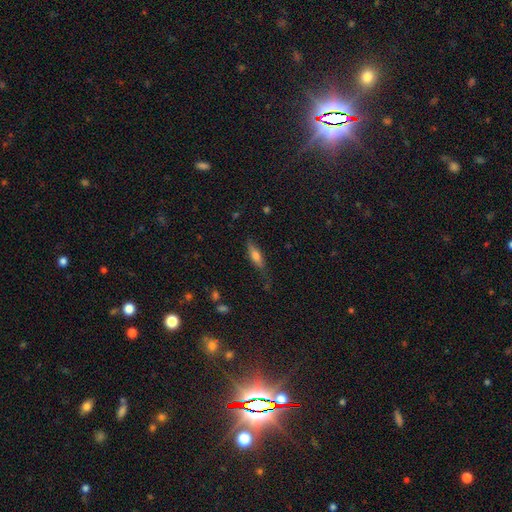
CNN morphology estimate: The model was most divided on "how rounded": cigar-shaped: 53%, in between: 44%, round: 3%. More confident: merging — none (69%); smooth or featured — smooth (64%).